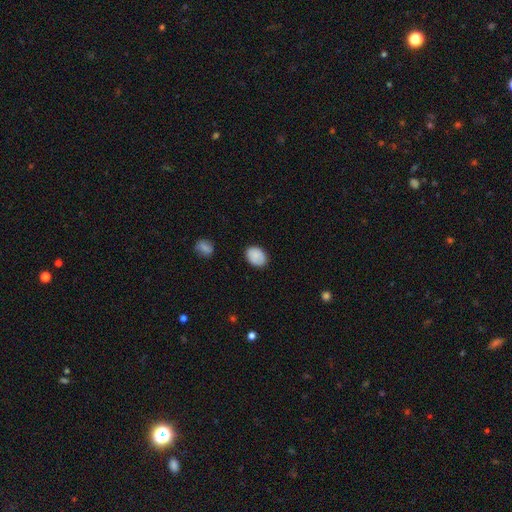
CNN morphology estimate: Smooth or featured? smooth (85%)
How rounded? in between (74%)
Merging? none (82%)